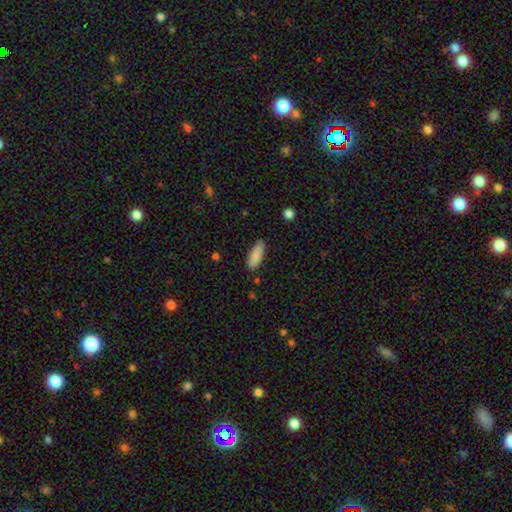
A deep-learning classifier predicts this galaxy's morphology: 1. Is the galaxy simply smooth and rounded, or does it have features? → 88% smooth, 6% star or artifact, 5% featured or disk.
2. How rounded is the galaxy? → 65% in between, 34% cigar-shaped, 2% round.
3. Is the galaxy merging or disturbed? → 85% none, 11% minor disturbance, 2% major disturbance, 2% merger.